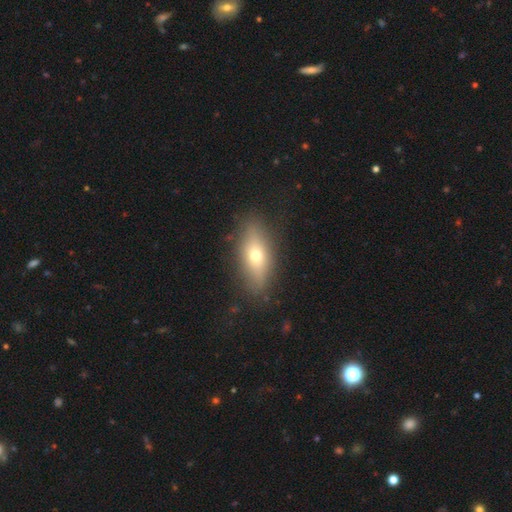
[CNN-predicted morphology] This is possibly a smooth galaxy (58%). How rounded: likely in between (68%). Merging: clearly none (84%).